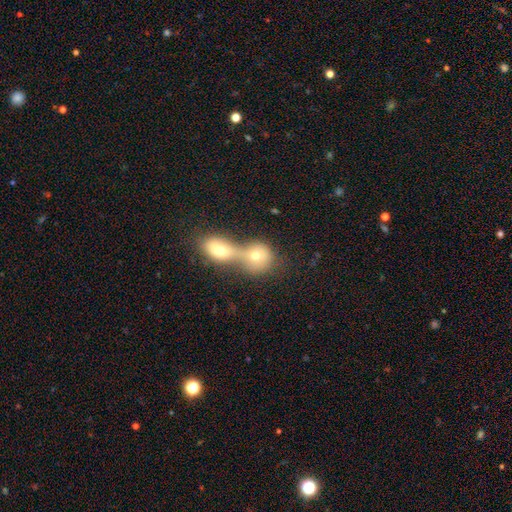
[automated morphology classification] Smooth or featured? Predicted: smooth (p=0.70). How rounded? Predicted: round (p=0.72). Merging? Predicted: merger (p=0.74).